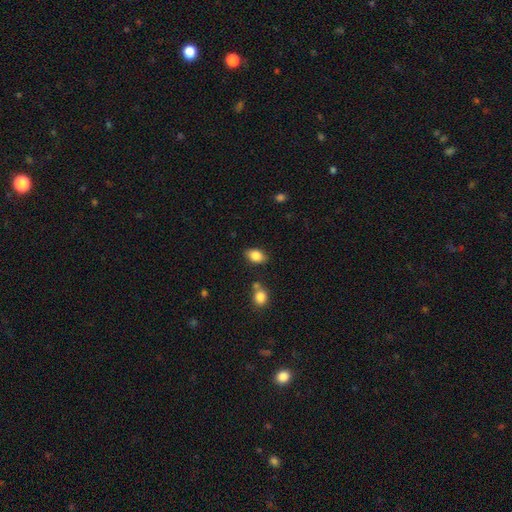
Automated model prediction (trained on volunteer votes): Overall: smooth (84%). How rounded: in between (85%). Merging: none (81%).